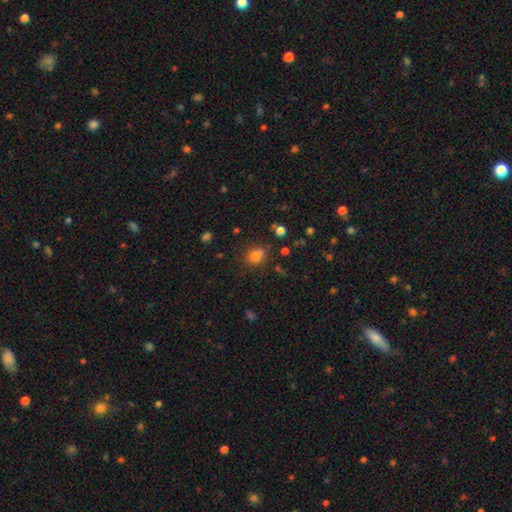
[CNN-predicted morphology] Smooth or featured: smooth — 80% (star or artifact — 14%)
How rounded: in between — 66% (round — 32%)
Merging: none — 73% (minor disturbance — 18%)